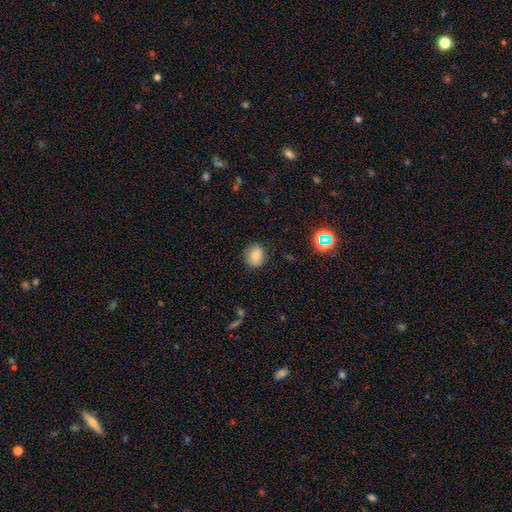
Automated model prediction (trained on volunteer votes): The model was most divided on "how rounded": round: 56%, in between: 43%, cigar-shaped: 1%. More confident: smooth or featured — smooth (82%); merging — none (79%).